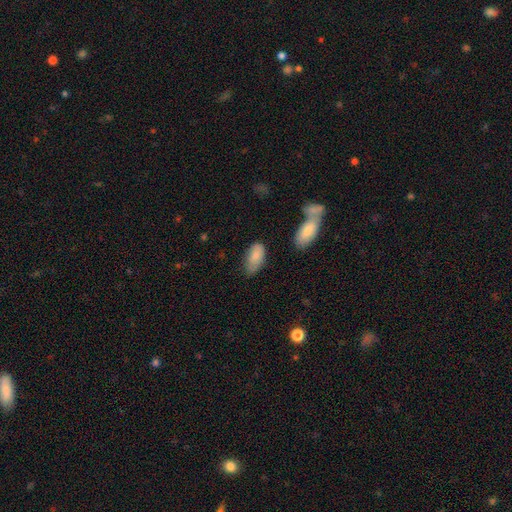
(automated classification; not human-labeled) Smooth or featured? Predicted: smooth (p=0.84). How rounded? Predicted: in between (p=0.93). Merging? Predicted: none (p=0.60).